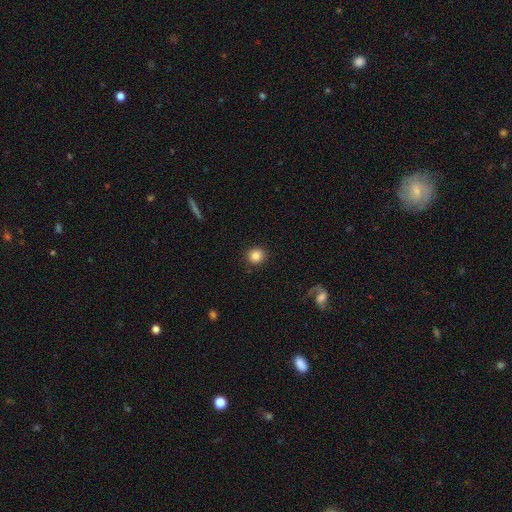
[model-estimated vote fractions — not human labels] This appears to be a smooth galaxy with no disk features (85%) that is round (87%). Merging: none (91%).